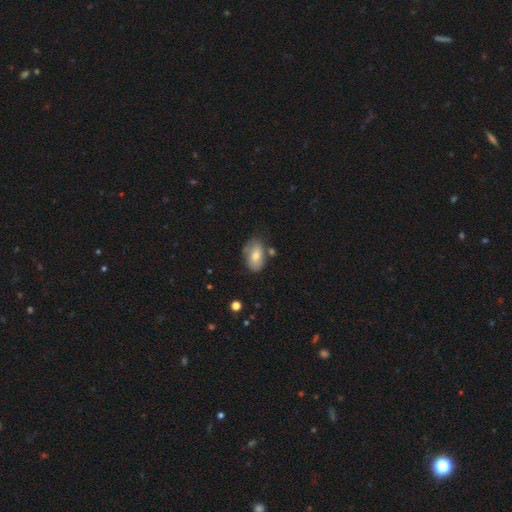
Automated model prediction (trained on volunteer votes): The model was most divided on "merging": none: 63%, minor disturbance: 23%, merger: 8%, major disturbance: 6%. More confident: how rounded — in between (90%); smooth or featured — smooth (69%).